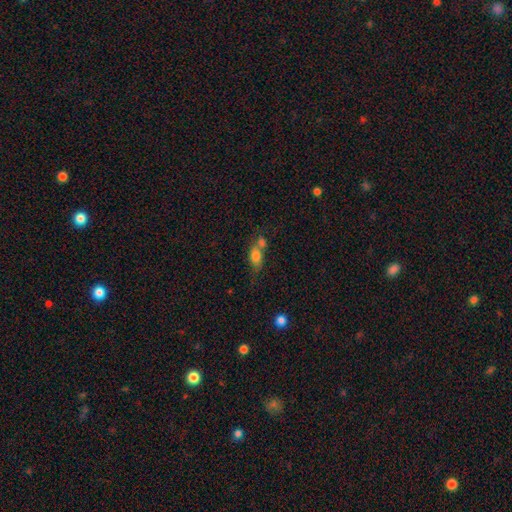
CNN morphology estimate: A smooth galaxy with no disk features (75%) that is in between round and cigar-shaped (78%). Merging: merger (48%).